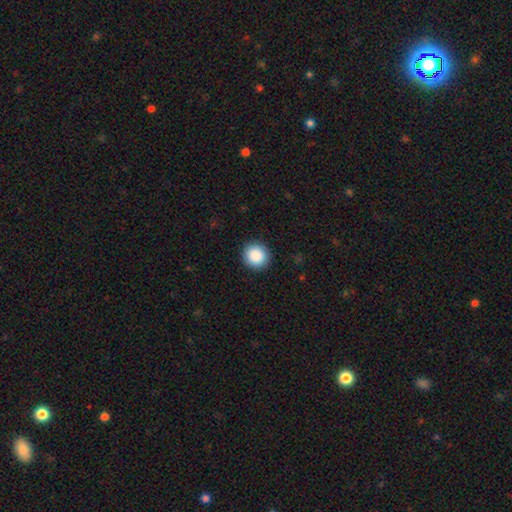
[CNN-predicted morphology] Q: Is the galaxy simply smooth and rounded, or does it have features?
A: smooth — 89%.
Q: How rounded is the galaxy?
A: round — 93%.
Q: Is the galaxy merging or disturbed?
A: none — 92%.